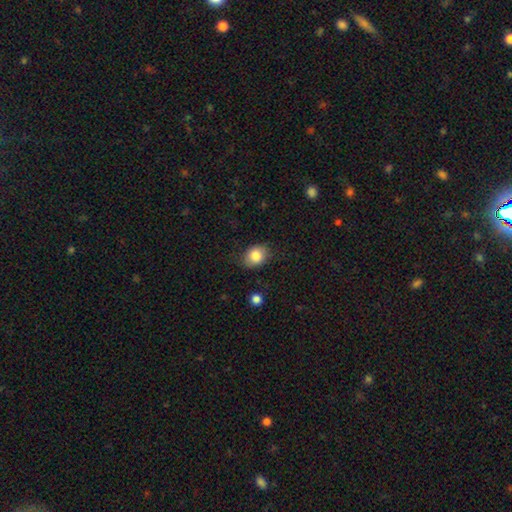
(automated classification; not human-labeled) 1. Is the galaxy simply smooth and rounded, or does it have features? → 83% smooth, 8% featured or disk, 8% star or artifact.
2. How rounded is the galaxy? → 61% in between, 38% round, 1% cigar-shaped.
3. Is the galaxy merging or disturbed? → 78% none, 16% minor disturbance, 4% major disturbance, 1% merger.